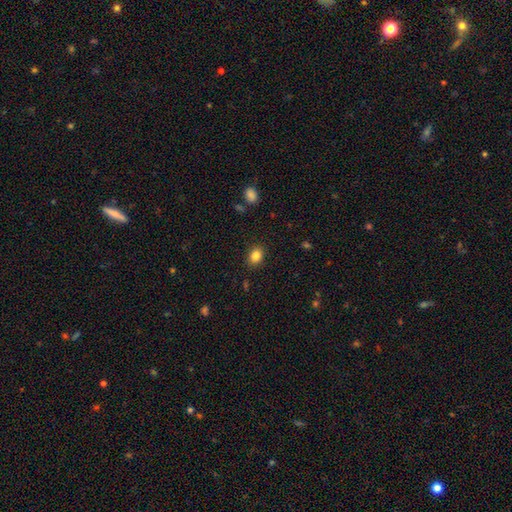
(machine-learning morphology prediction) smooth 85%, star or artifact 10%, featured or disk 5%. Down the decision tree: how rounded — in between (55%); merging — none (88%).